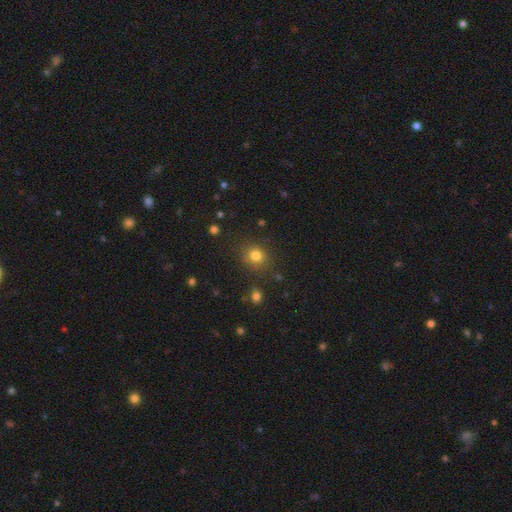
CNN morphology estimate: Smooth or featured: smooth — 80% (star or artifact — 14%)
How rounded: round — 83% (in between — 16%)
Merging: none — 82% (minor disturbance — 11%)